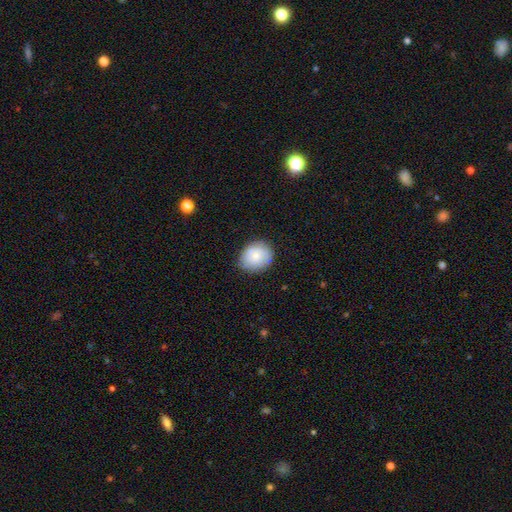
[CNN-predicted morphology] Smooth or featured? smooth (72%)
How rounded? round (62%)
Merging? none (76%)